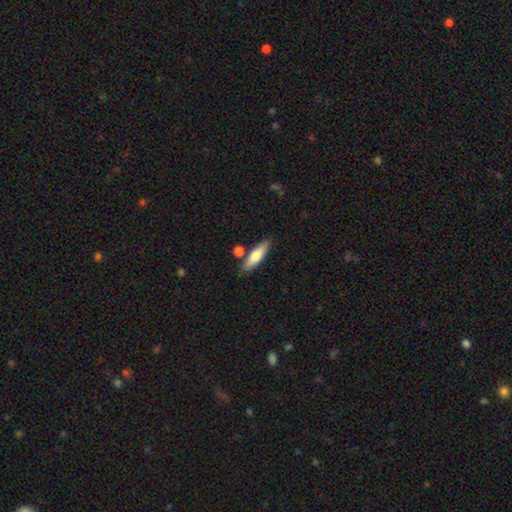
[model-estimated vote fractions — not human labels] This is likely a smooth galaxy (70%). How rounded: likely cigar-shaped (62%). Merging: likely none (77%).